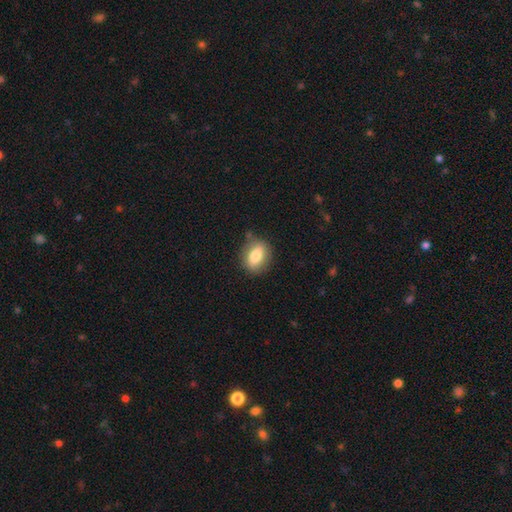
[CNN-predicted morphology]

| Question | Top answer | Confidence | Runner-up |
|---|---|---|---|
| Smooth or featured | smooth | 76% | featured or disk (16%) |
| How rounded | in between | 67% | round (30%) |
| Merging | none | 79% | minor disturbance (15%) |